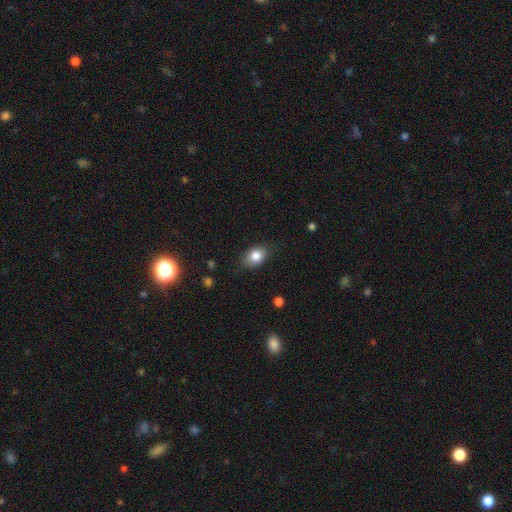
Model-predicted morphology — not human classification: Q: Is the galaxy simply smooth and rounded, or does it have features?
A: smooth — 82%.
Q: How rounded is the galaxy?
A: in between — 74%.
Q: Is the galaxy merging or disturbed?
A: none — 77%.